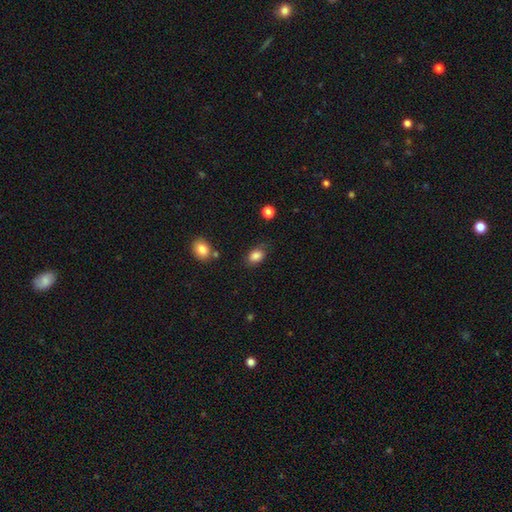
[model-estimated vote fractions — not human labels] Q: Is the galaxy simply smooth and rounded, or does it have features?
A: smooth — 85%.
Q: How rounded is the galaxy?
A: in between — 78%.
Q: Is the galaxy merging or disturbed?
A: none — 73%.